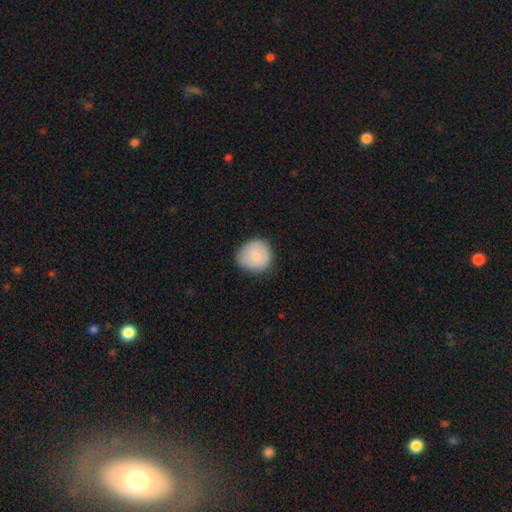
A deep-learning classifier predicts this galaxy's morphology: This is clearly a smooth galaxy (81%). How rounded: clearly round (88%). Merging: clearly none (81%).